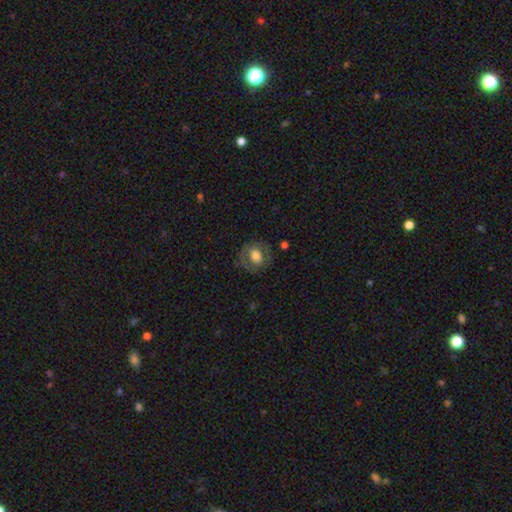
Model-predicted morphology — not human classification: Smooth or featured? Predicted: smooth (p=0.59). How rounded? Predicted: round (p=0.65). Merging? Predicted: none (p=0.75).